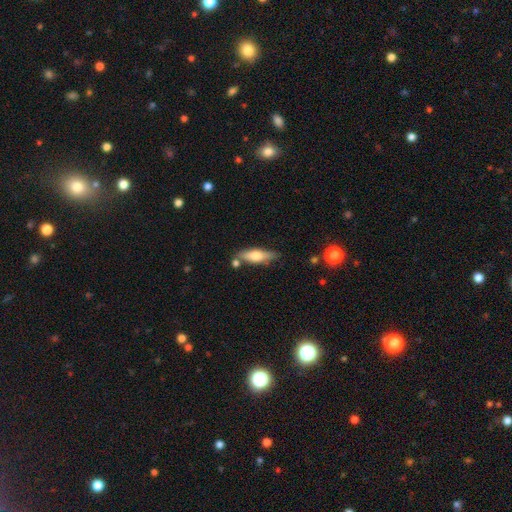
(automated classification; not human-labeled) A smooth galaxy with no disk features (56%) that is cigar-shaped (53%). Merging: none (72%).